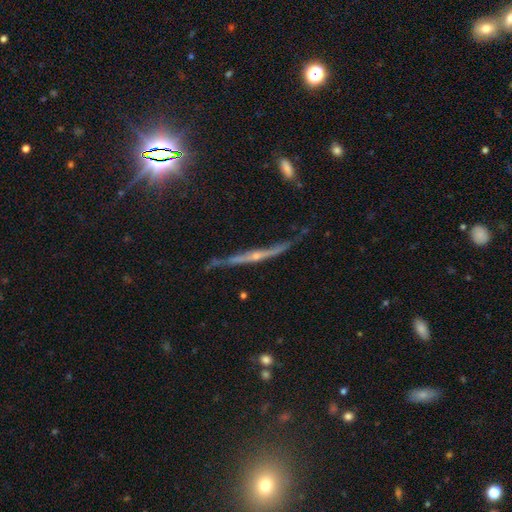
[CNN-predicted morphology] Smooth or featured? Predicted: featured or disk (p=0.78). Edge-on disk? Predicted: yes (p=0.91). Edge-on bulge? Predicted: rounded (p=0.70). Merging? Predicted: none (p=0.63).